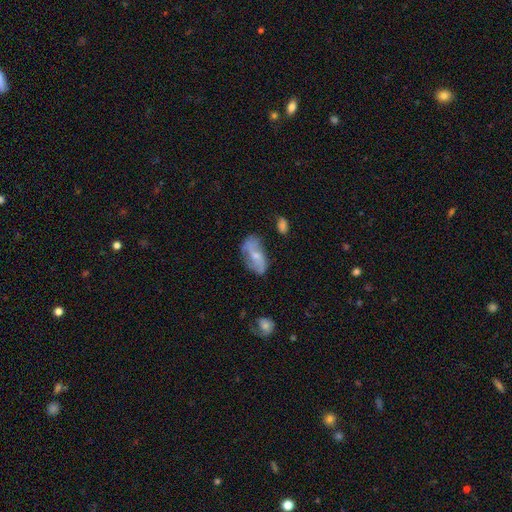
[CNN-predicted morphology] Smooth or featured? featured or disk (56%)
Edge-on disk? no (92%)
Bar? no (49%)
Spiral arms? yes (72%)
Bulge size? small (55%)
Merging? none (59%)